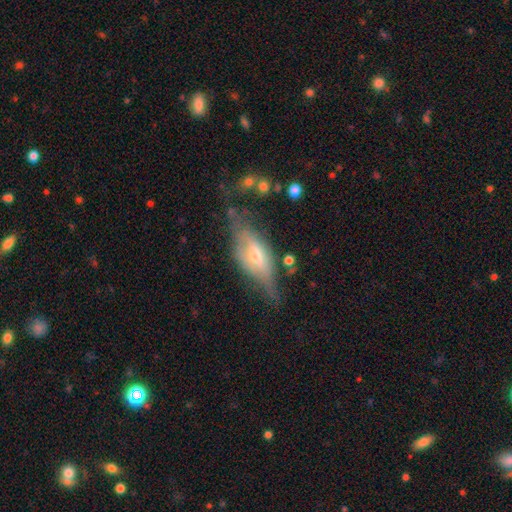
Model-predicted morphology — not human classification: The model was most divided on "merging": none: 54%, minor disturbance: 28%, major disturbance: 15%, merger: 3%. More confident: edge-on disk — yes (75%); smooth or featured — featured or disk (62%).